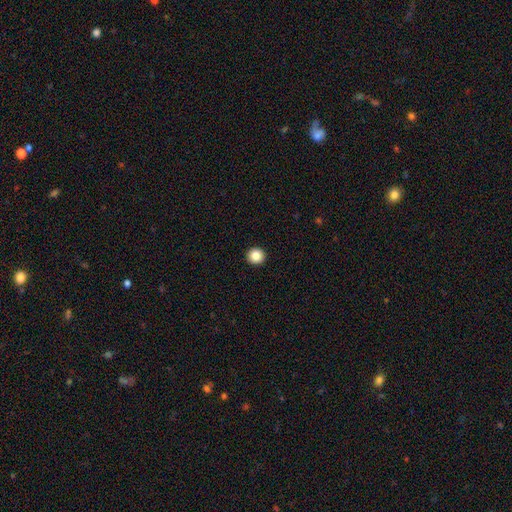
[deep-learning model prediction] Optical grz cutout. It shows a smooth galaxy with no disk features (85%) that is round (94%). Merging: none (94%).